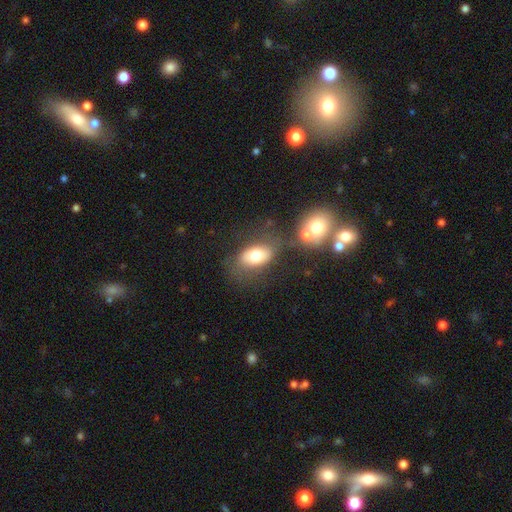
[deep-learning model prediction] This is likely a smooth galaxy (72%). How rounded: clearly in between (86%). Merging: possibly none (58%).